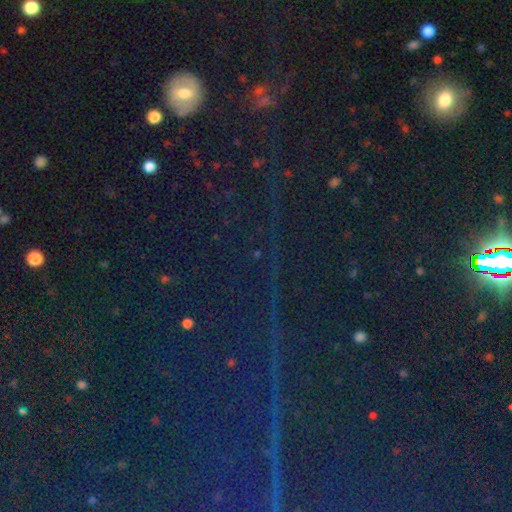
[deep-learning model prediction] Overall: star or artifact (80%).